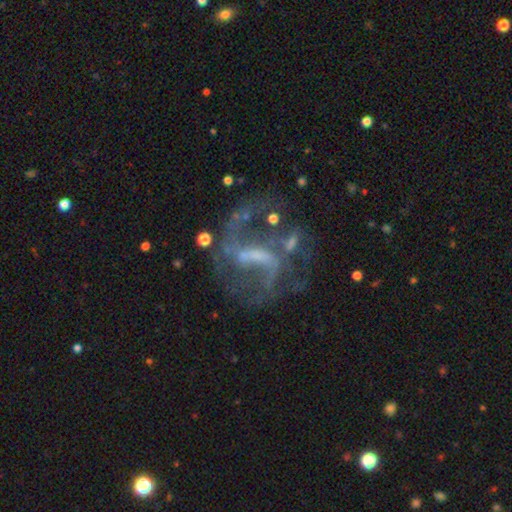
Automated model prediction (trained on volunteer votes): Overall: featured or disk (84%). Edge-on disk: no (97%). Bar: strong (46%; weak 40%). Spiral arms: yes (88%). Spiral arm count: 2 (78%). Spiral winding: loose (47%; medium 42%). Bulge size: none (40%, tied with small). Merging: none (54%; major disturbance 24%).